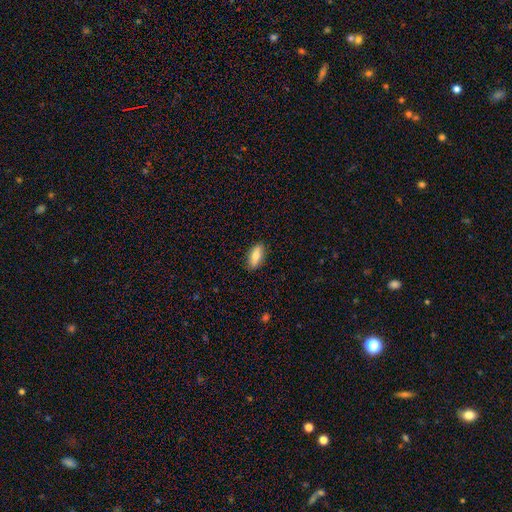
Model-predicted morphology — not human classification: This appears to be a smooth galaxy with no disk features (76%) that is in between round and cigar-shaped (87%). Merging: none (87%).